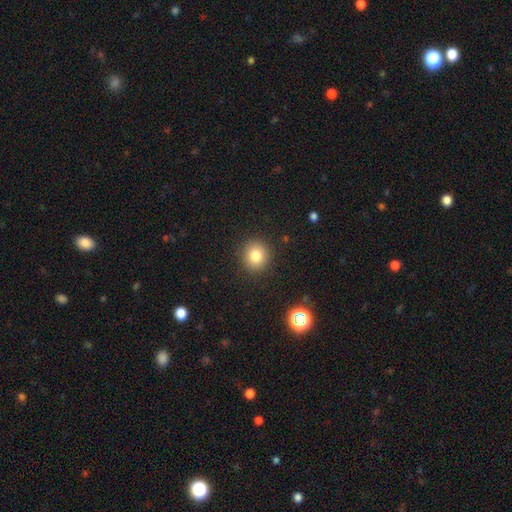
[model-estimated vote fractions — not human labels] This appears to be a smooth galaxy with no disk features (81%) that is round (88%). Merging: none (90%).